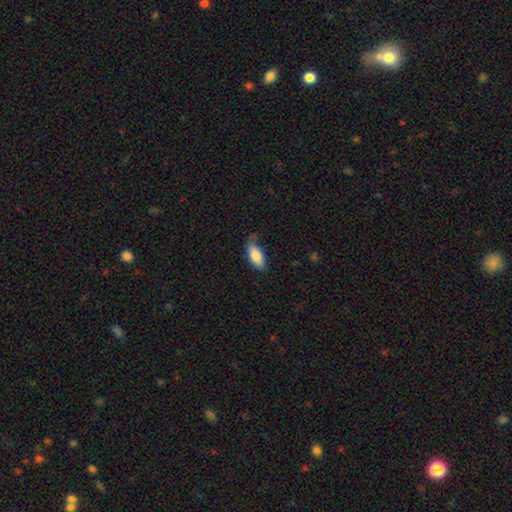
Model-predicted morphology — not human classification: A smooth galaxy with no disk features (82%) that is in between round and cigar-shaped (85%). Merging: none (52%).